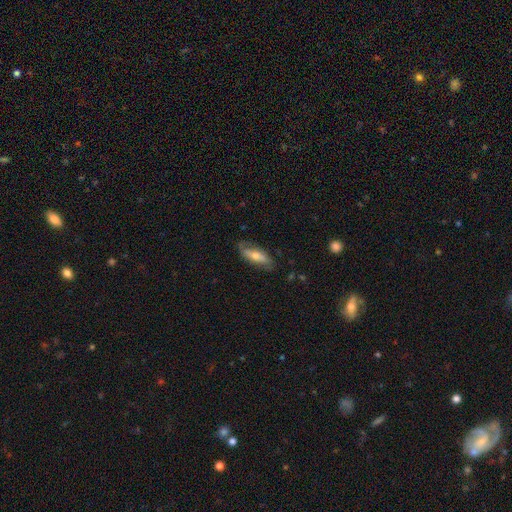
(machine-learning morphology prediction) Smooth or featured? smooth (51%)
How rounded? in between (60%)
Merging? none (70%)